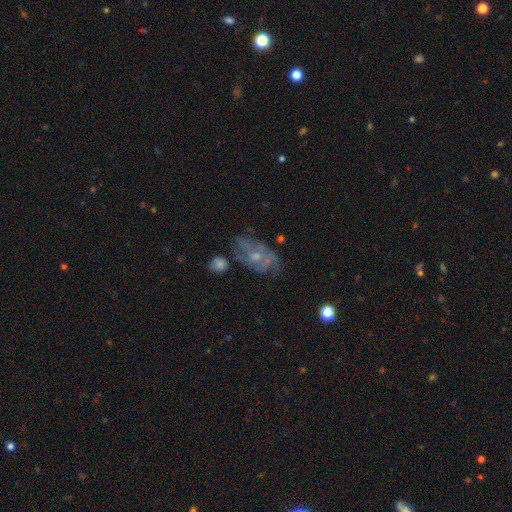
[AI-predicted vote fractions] The model was most divided on "merging": none: 52%, minor disturbance: 25%, major disturbance: 16%, merger: 7%. More confident: edge-on disk — no (95%); bar — no (76%); spiral arms — yes (71%); smooth or featured — featured or disk (69%); bulge size — small (61%).